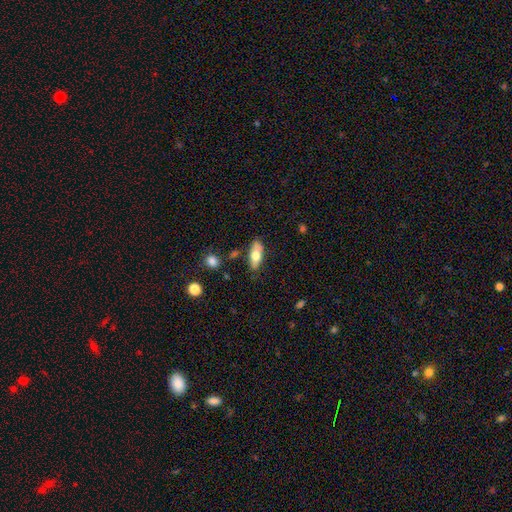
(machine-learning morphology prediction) smooth-or-featured: smooth: 67% | featured or disk: 27% | star or artifact: 6%
  how-rounded: in between: 78% | cigar-shaped: 19% | round: 3%
  merging: none: 79% | minor disturbance: 15% | merger: 4% | major disturbance: 3%